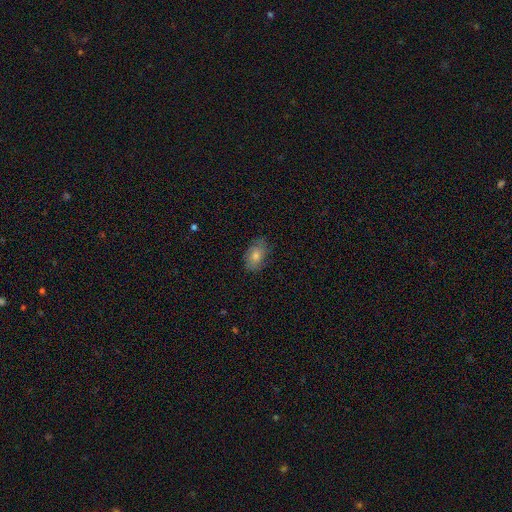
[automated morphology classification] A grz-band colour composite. It shows a smooth galaxy with no disk features (60%) that is in between round and cigar-shaped (83%). Merging: none (78%).